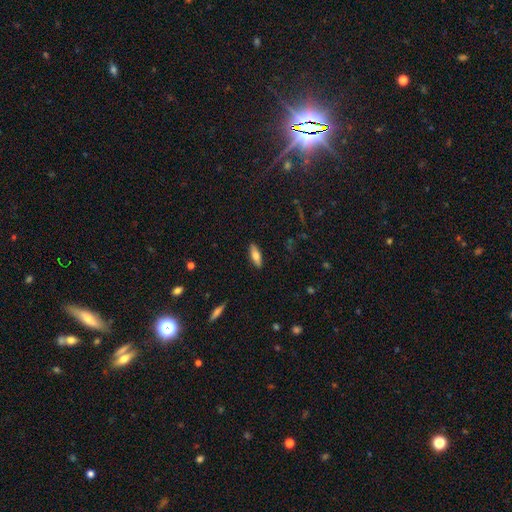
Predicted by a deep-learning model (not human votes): The model was most divided on "how rounded": in between: 61%, cigar-shaped: 37%, round: 2%. More confident: merging — none (88%); smooth or featured — smooth (71%).